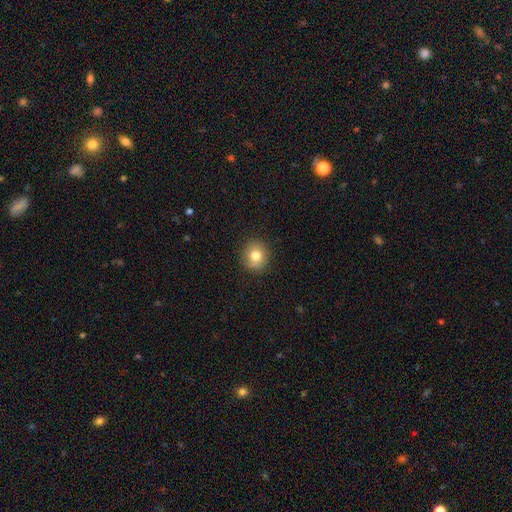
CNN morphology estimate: Smooth or featured: smooth — 79% (featured or disk — 11%)
How rounded: round — 87% (in between — 12%)
Merging: none — 87% (minor disturbance — 10%)